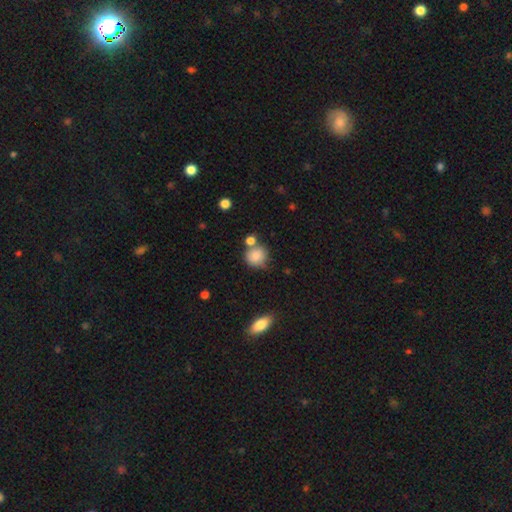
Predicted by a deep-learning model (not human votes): Overall: smooth (83%). How rounded: round (86%). Merging: none (59%; merger 19%).